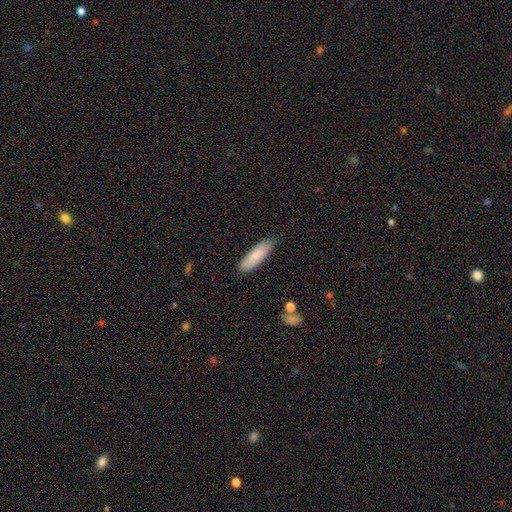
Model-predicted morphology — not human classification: type=smooth (83%); roundness=cigar-shaped (54%); merging=none (78%).